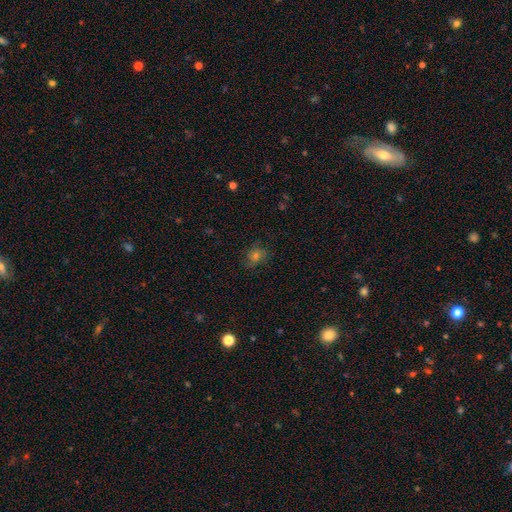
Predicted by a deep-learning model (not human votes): Q: Smooth or featured?
A: smooth (39%); runner-up: featured or disk (33%)
Q: Merging?
A: none (76%); runner-up: minor disturbance (15%)